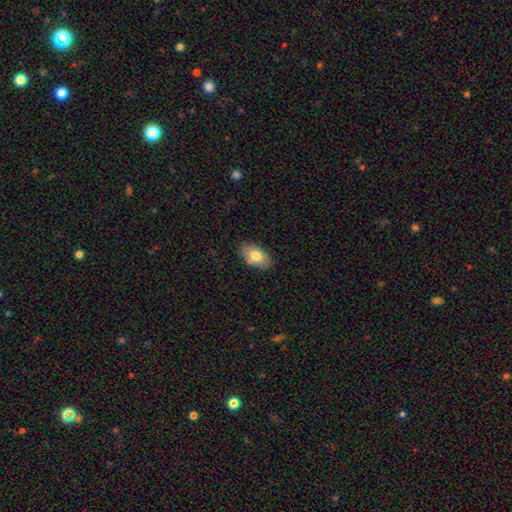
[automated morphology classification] This appears to be a smooth galaxy with no disk features (74%) that is in between round and cigar-shaped (93%). Merging: none (78%).